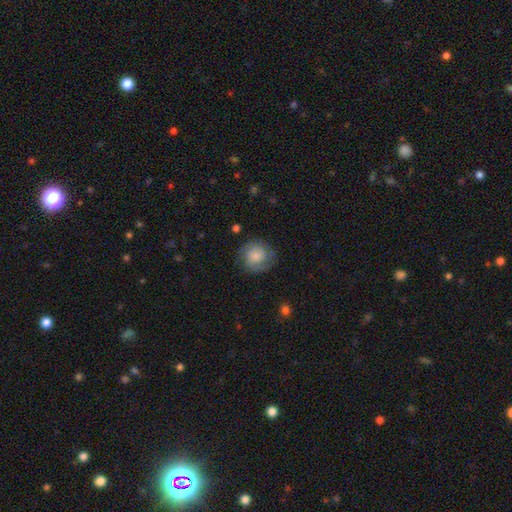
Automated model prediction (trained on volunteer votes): Smooth or featured? Predicted: featured or disk (p=0.51). Edge-on disk? Predicted: no (p=0.98). Merging? Predicted: none (p=0.76).